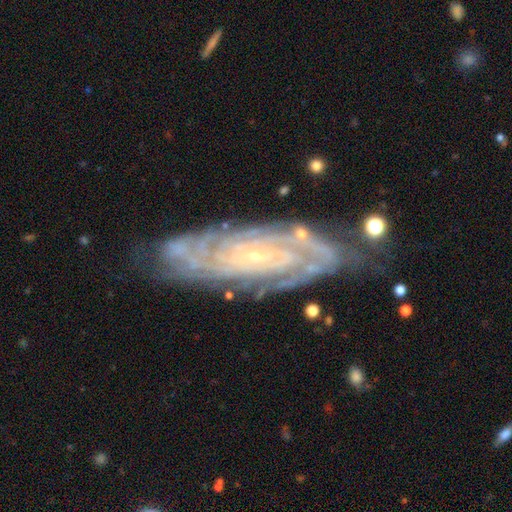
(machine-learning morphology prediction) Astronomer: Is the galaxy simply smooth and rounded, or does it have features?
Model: featured or disk — 87%.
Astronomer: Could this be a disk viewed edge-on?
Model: no — 89%.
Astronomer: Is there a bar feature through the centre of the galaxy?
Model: no — 70%.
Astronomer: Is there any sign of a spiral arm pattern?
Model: yes — 96%.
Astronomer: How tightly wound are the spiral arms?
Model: tight — 78%.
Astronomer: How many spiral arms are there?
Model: can't tell — 36% (runner-up: 2, 19%).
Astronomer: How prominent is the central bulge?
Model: small — 86%.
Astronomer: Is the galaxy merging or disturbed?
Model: none — 76%.